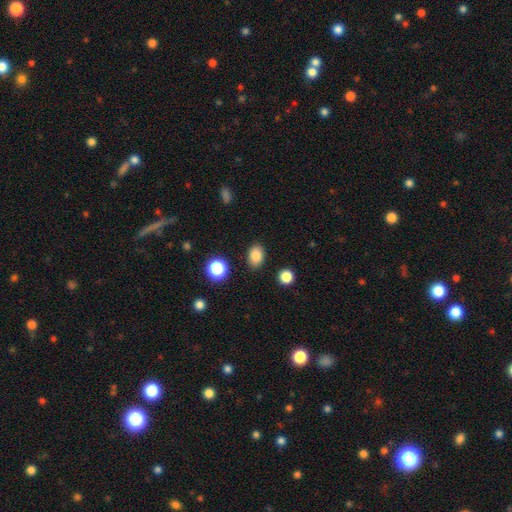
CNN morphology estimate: type=smooth (85%); roundness=in between (76%); merging=none (87%).